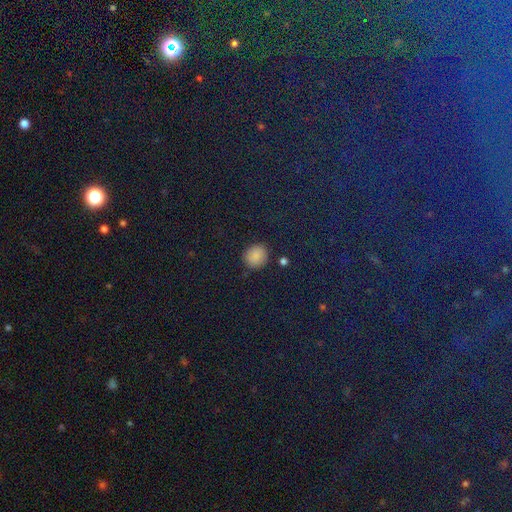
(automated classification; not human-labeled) Morphology: type=smooth (81%); roundness=round (85%); merging=none (86%).